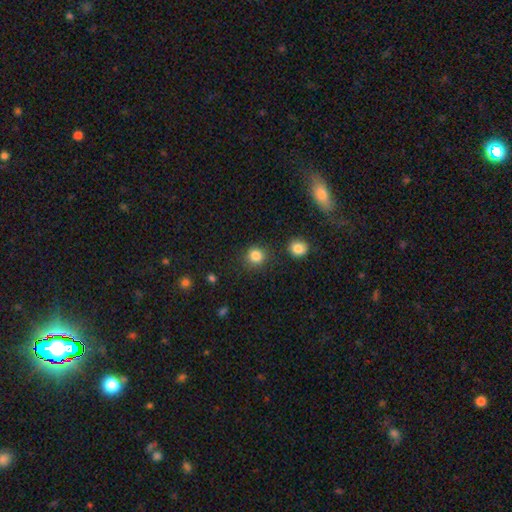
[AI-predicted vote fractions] Smooth or featured? smooth (84%)
How rounded? round (89%)
Merging? none (87%)